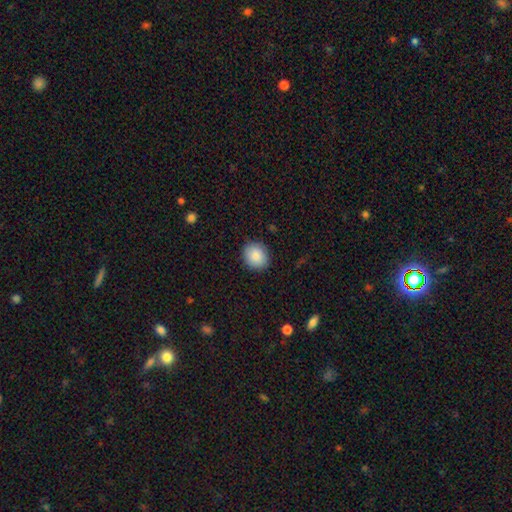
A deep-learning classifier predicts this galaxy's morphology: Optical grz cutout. It shows a smooth galaxy with no disk features (88%) that is round (68%). Merging: none (88%).